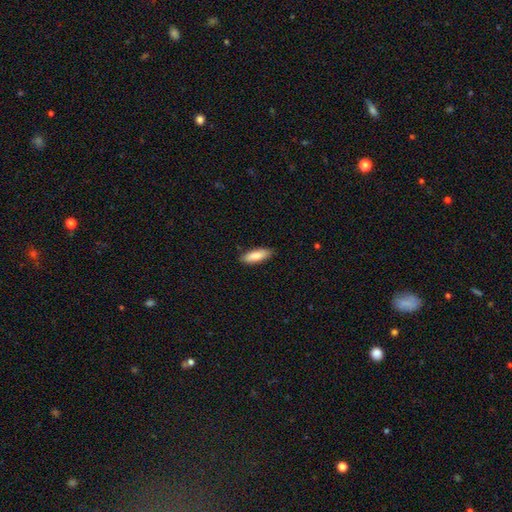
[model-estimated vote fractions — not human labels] Smooth or featured?
  - smooth: 85% *
  - featured or disk: 9%
  - star or artifact: 6%
How rounded?
  - in between: 60% *
  - cigar-shaped: 38%
  - round: 2%
Merging?
  - none: 87% *
  - minor disturbance: 10%
  - major disturbance: 2%
  - merger: 1%